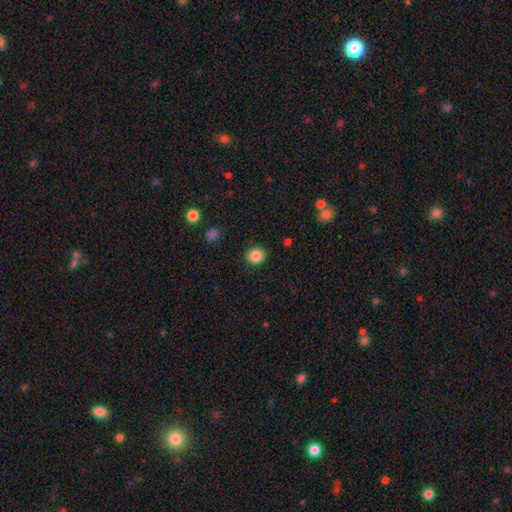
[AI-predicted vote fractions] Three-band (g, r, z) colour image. It shows a smooth galaxy with no disk features (87%) that is round (89%). Merging: none (91%).